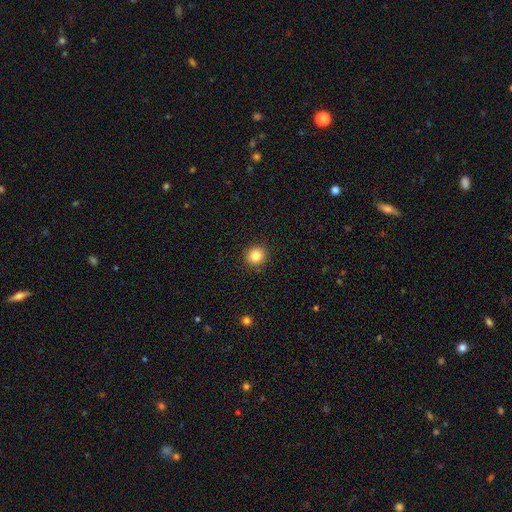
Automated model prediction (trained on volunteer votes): A smooth galaxy with no disk features (85%) that is round (87%).

Vote fractions:
- Smooth or featured? smooth: 85% / star or artifact: 10% / featured or disk: 5%
- How rounded? round: 87% / in between: 12% / cigar-shaped: 1%
- Merging? none: 90% / minor disturbance: 7% / major disturbance: 2% / merger: 1%